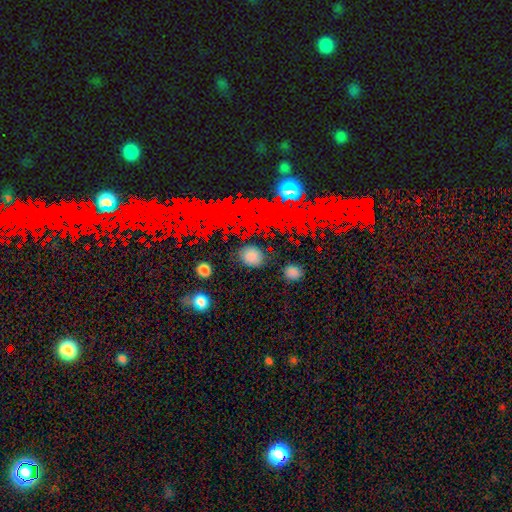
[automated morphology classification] Smooth or featured: smooth — 54% (star or artifact — 35%)
How rounded: round — 70% (in between — 25%)
Merging: none — 85% (minor disturbance — 9%)